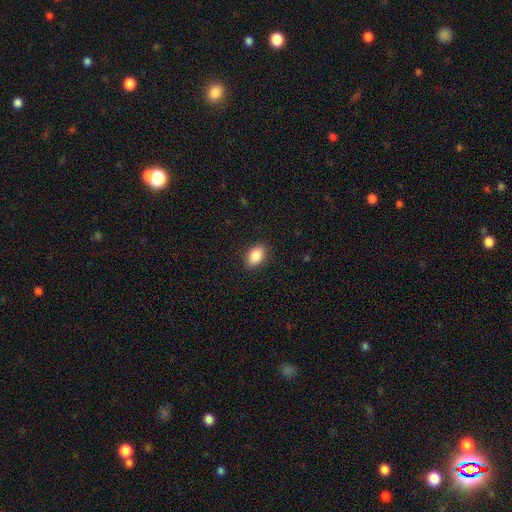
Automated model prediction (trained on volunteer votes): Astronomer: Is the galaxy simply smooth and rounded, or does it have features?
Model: smooth — 88%.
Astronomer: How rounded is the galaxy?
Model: in between — 88%.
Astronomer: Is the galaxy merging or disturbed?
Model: none — 89%.